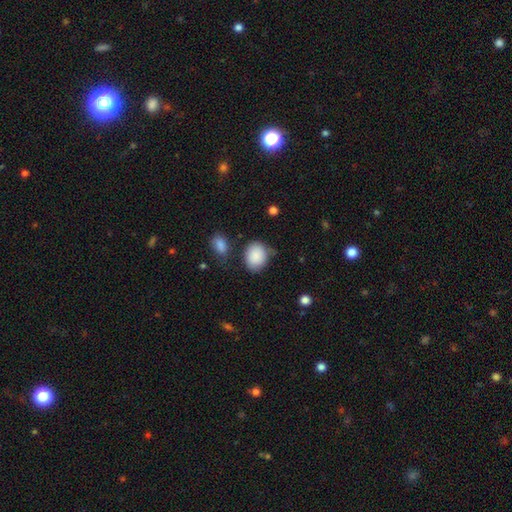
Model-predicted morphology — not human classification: Smooth or featured: smooth — 88% (star or artifact — 7%)
How rounded: in between — 50% (round — 49%)
Merging: none — 67% (minor disturbance — 22%)